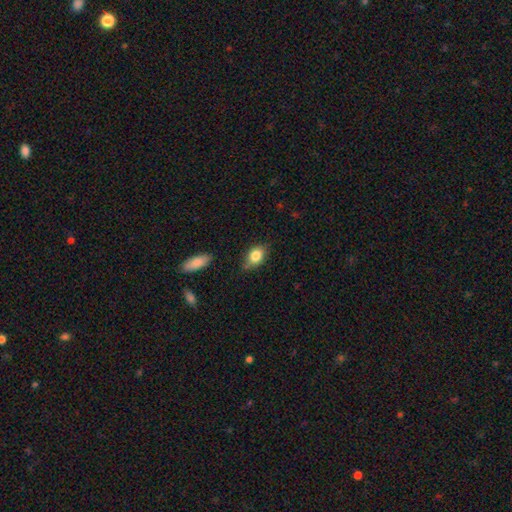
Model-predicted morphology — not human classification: This is clearly a smooth galaxy (82%). How rounded: likely in between (76%). Merging: likely none (69%).